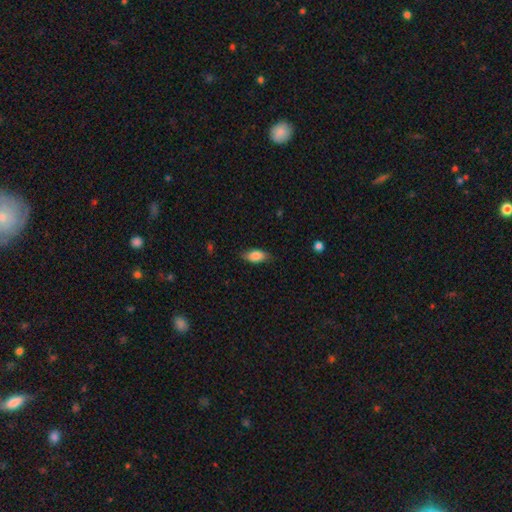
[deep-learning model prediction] Smooth or featured: smooth — 84% (featured or disk — 9%)
How rounded: in between — 88% (cigar-shaped — 8%)
Merging: none — 81% (minor disturbance — 15%)